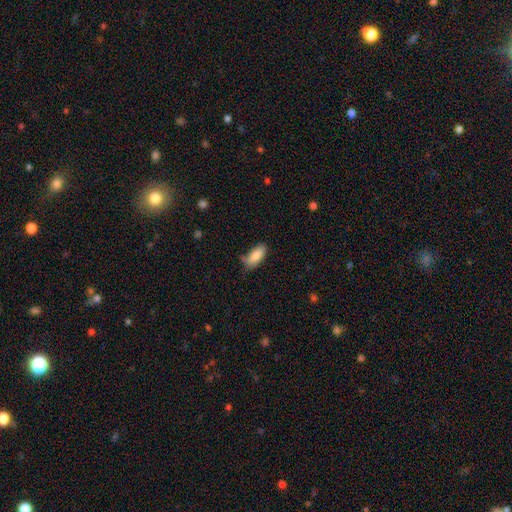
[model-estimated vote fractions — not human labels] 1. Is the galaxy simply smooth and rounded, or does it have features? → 84% smooth, 9% featured or disk, 7% star or artifact.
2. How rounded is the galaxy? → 83% in between, 15% cigar-shaped, 2% round.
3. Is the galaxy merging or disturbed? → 68% none, 24% minor disturbance, 4% major disturbance, 4% merger.